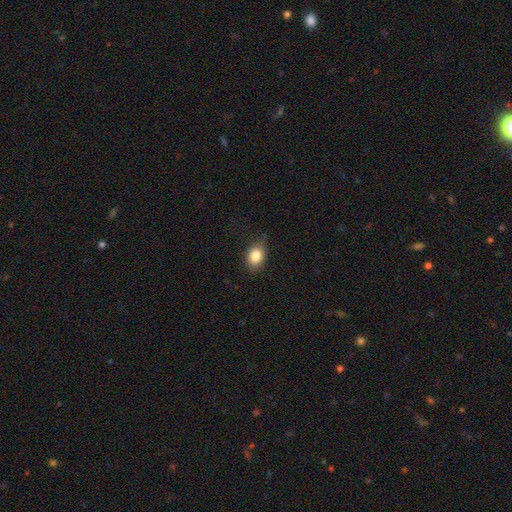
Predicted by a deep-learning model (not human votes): This is clearly a smooth galaxy (84%). How rounded: likely in between (76%). Merging: likely none (77%).